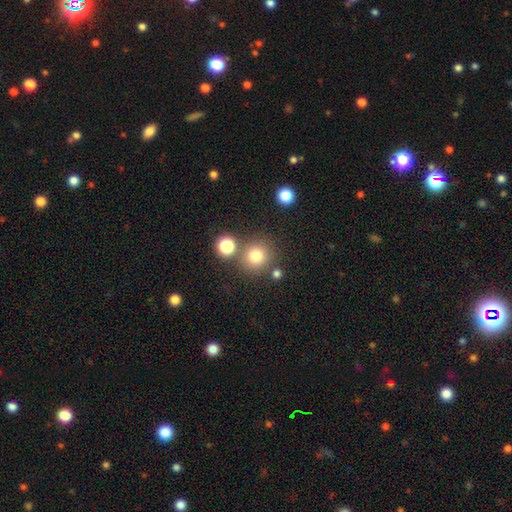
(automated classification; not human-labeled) Overall: smooth (77%). How rounded: round (91%). Merging: none (74%).